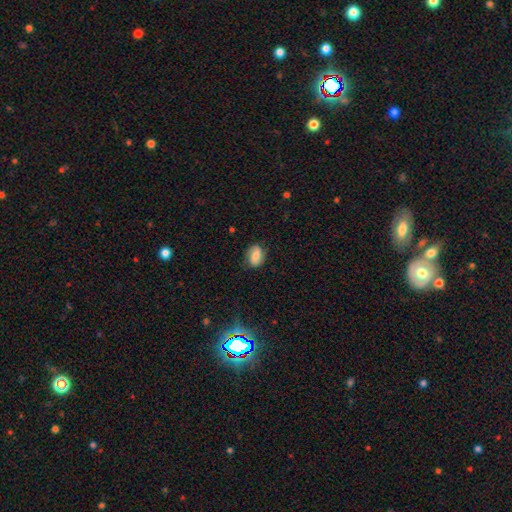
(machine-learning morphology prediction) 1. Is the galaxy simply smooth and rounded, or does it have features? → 60% smooth, 31% featured or disk, 9% star or artifact.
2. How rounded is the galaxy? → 76% in between, 22% round, 2% cigar-shaped.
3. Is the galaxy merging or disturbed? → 76% none, 18% minor disturbance, 4% major disturbance, 1% merger.